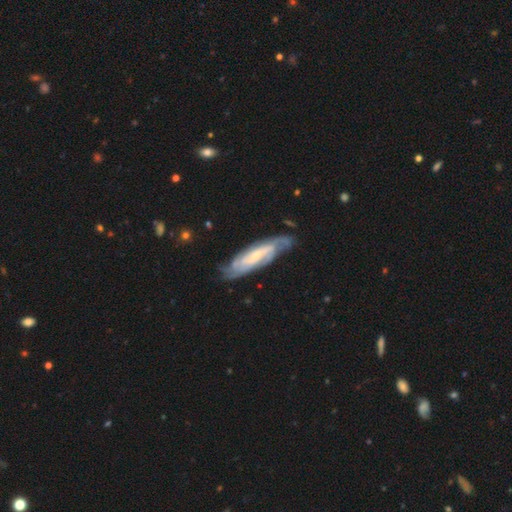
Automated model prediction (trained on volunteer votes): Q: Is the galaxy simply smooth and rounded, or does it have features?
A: featured or disk — 77%.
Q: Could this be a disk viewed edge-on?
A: no — 76%.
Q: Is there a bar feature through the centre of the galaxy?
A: no — 47%.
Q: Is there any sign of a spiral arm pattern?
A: yes — 93%.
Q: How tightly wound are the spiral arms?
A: tight — 57%.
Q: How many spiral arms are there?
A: can't tell — 39%.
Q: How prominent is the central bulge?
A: small — 58%.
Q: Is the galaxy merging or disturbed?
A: none — 76%.